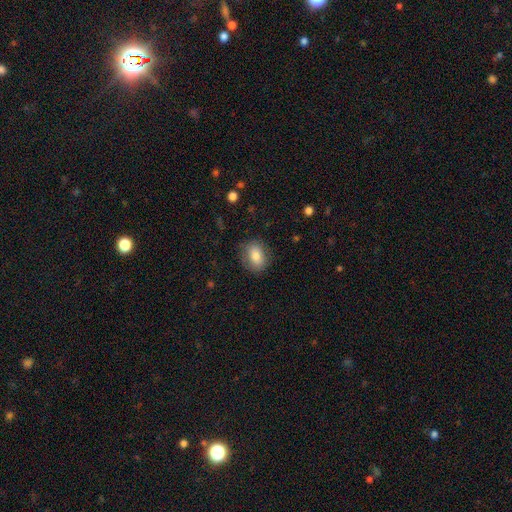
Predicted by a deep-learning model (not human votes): Overall: smooth (80%). How rounded: in between (67%; round 32%). Merging: none (79%).